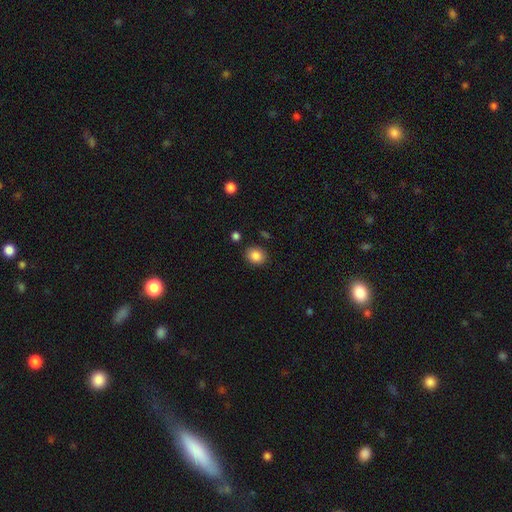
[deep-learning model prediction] smooth_or_featured: smooth (p=0.86) [alt: star or artifact p=0.09]
how_rounded: round (p=0.60) [alt: in between p=0.39]
merging: none (p=0.87) [alt: minor disturbance p=0.08]